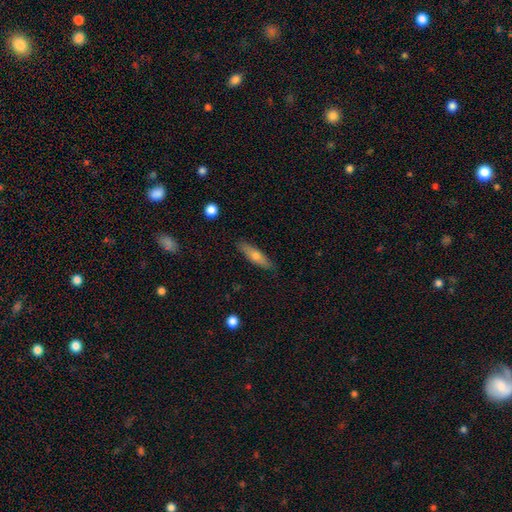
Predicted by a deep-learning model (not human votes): Smooth or featured? smooth (57%)
How rounded? cigar-shaped (69%)
Merging? none (87%)